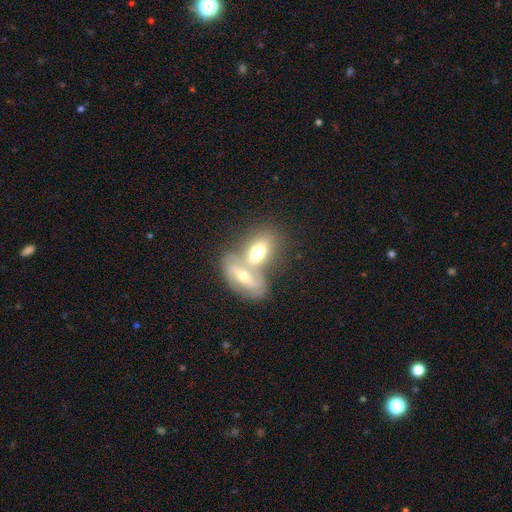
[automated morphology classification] This is possibly a smooth galaxy (53%). How rounded: likely in between (79%). Merging: likely merger (67%).